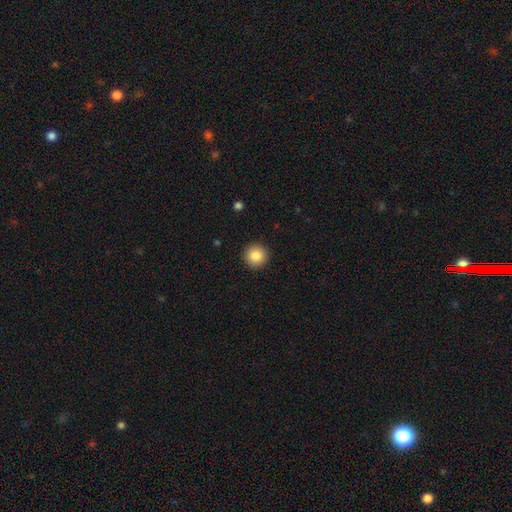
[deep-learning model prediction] Smooth or featured? Predicted: smooth (p=0.85). How rounded? Predicted: round (p=0.95). Merging? Predicted: none (p=0.93).